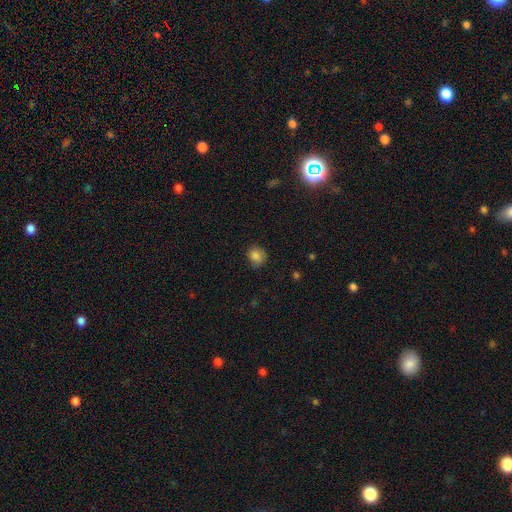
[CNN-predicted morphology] smooth-or-featured: smooth: 83% | star or artifact: 11% | featured or disk: 5%
  how-rounded: round: 76% | in between: 23% | cigar-shaped: 1%
  merging: none: 75% | minor disturbance: 20% | major disturbance: 4% | merger: 1%